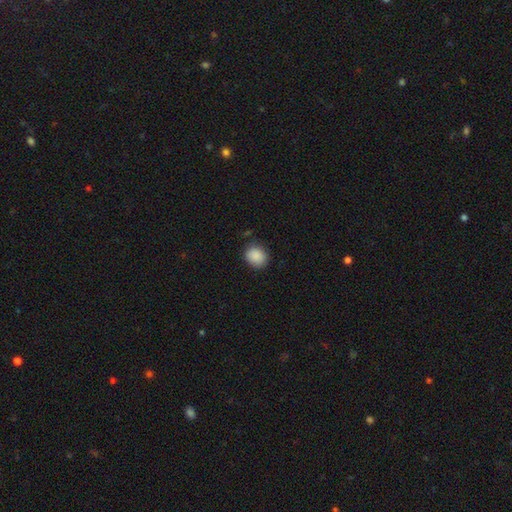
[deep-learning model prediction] Q: Smooth or featured?
A: smooth (89%); runner-up: star or artifact (8%)
Q: How rounded?
A: round (62%); runner-up: in between (37%)
Q: Merging?
A: none (82%); runner-up: minor disturbance (13%)